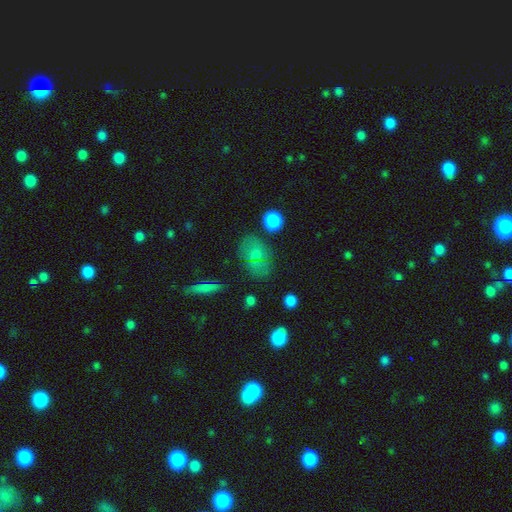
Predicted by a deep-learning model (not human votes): Smooth or featured?
  - smooth: 65% *
  - featured or disk: 22%
  - star or artifact: 14%
How rounded?
  - in between: 72% *
  - round: 25%
  - cigar-shaped: 3%
Merging?
  - none: 69% *
  - minor disturbance: 18%
  - major disturbance: 7%
  - merger: 6%